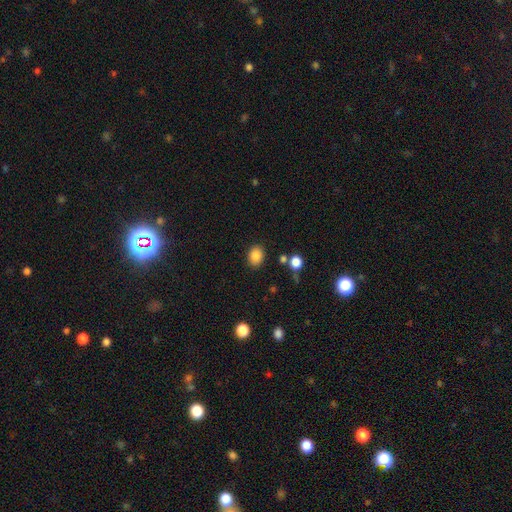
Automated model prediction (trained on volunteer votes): Overall: smooth (85%). How rounded: in between (57%; round 42%). Merging: none (84%).